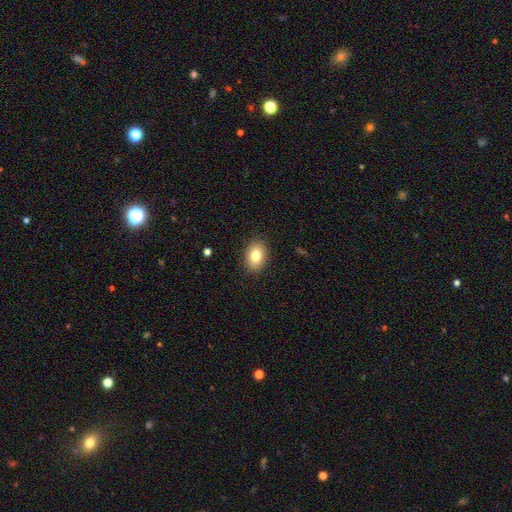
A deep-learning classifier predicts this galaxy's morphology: A smooth galaxy with no disk features (81%) that is in between round and cigar-shaped (79%).

Vote fractions:
- Smooth or featured? smooth: 81% / featured or disk: 10% / star or artifact: 9%
- How rounded? in between: 79% / round: 20% / cigar-shaped: 1%
- Merging? none: 88% / minor disturbance: 8% / major disturbance: 2% / merger: 1%